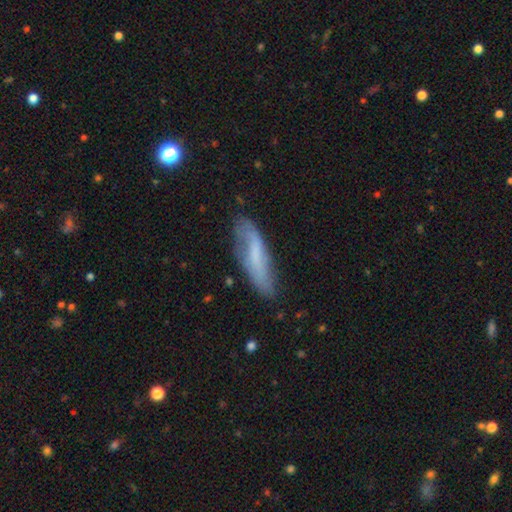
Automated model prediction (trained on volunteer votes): Smooth or featured? smooth (47%)
Merging? none (69%)